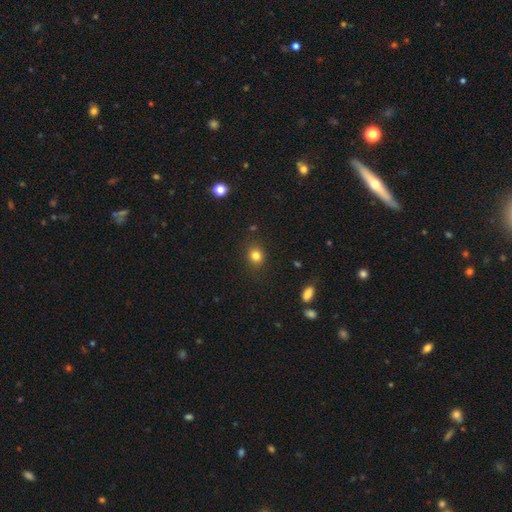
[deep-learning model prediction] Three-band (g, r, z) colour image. It shows a smooth galaxy with no disk features (81%) that is round (69%). Merging: none (85%).